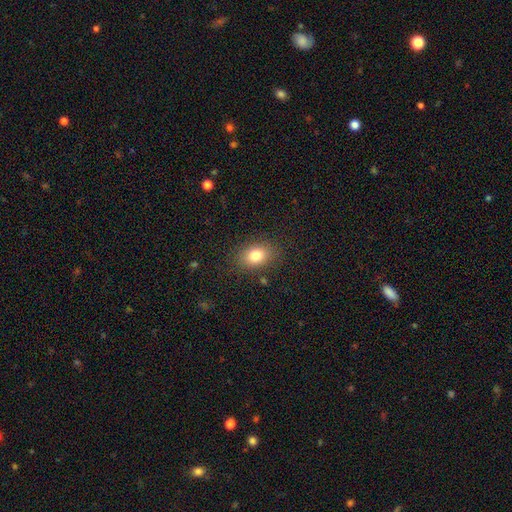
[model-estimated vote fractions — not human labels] Overall: smooth (81%). How rounded: in between (73%). Merging: none (84%).